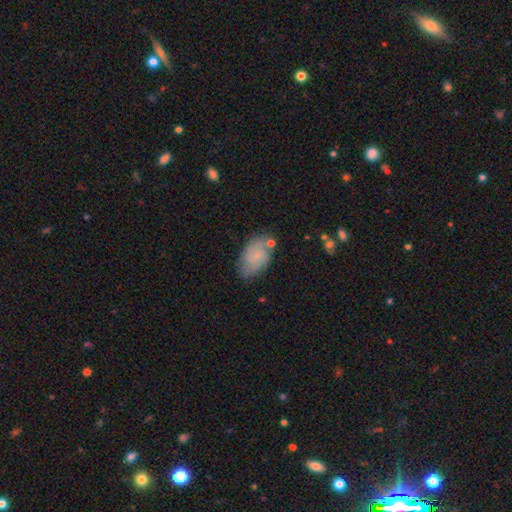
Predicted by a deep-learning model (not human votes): Smooth or featured? smooth (60%)
How rounded? in between (91%)
Merging? none (63%)